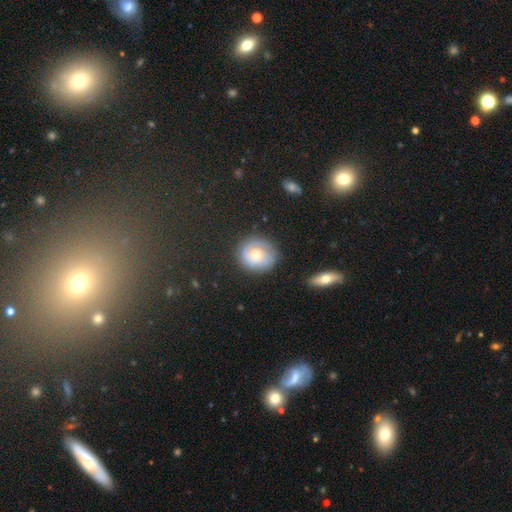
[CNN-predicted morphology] Smooth or featured? Predicted: featured or disk (p=0.54). Edge-on disk? Predicted: no (p=0.97). Bar? Predicted: no (p=0.73). Spiral arms? Predicted: yes (p=0.84). Bulge size? Predicted: moderate (p=0.52). Merging? Predicted: none (p=0.75).